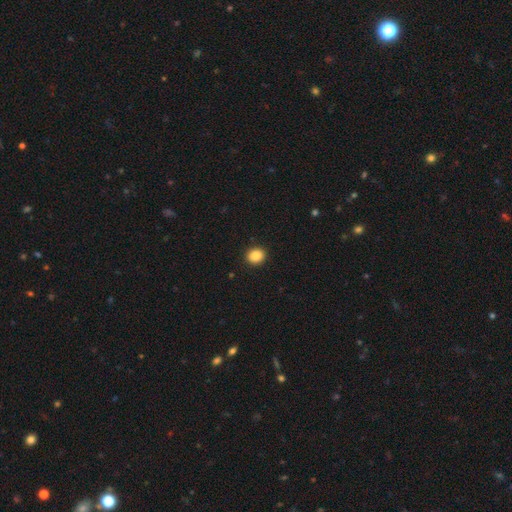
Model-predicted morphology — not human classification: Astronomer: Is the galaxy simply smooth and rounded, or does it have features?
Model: smooth — 88%.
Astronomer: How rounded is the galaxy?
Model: round — 73%.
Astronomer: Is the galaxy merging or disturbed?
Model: none — 92%.